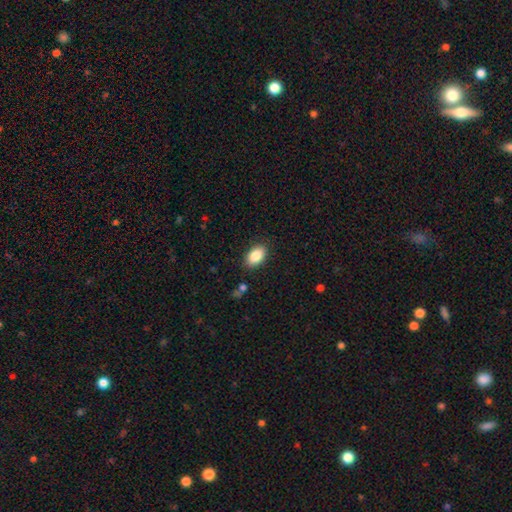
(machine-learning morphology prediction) type=smooth (87%); roundness=in between (91%); merging=none (86%).